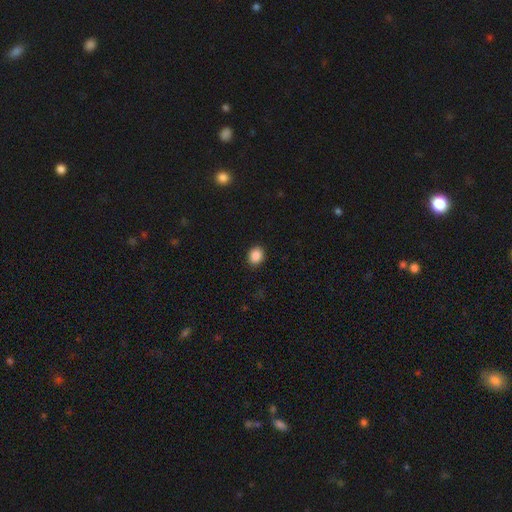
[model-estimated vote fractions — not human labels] This is clearly a smooth galaxy (88%). How rounded: possibly in between (52%). Merging: clearly none (91%).